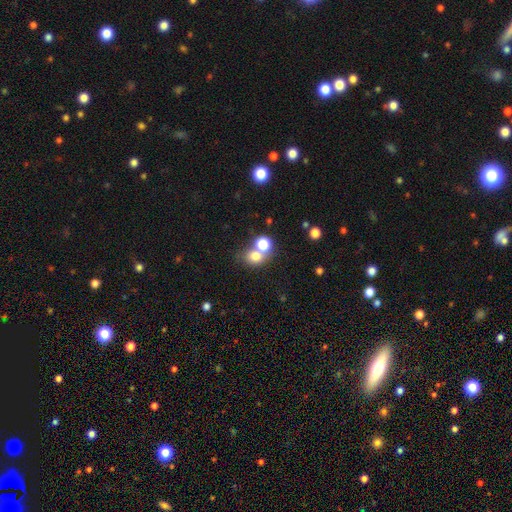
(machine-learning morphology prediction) Smooth or featured? Predicted: smooth (p=0.73). How rounded? Predicted: round (p=0.65). Merging? Predicted: merger (p=0.46).